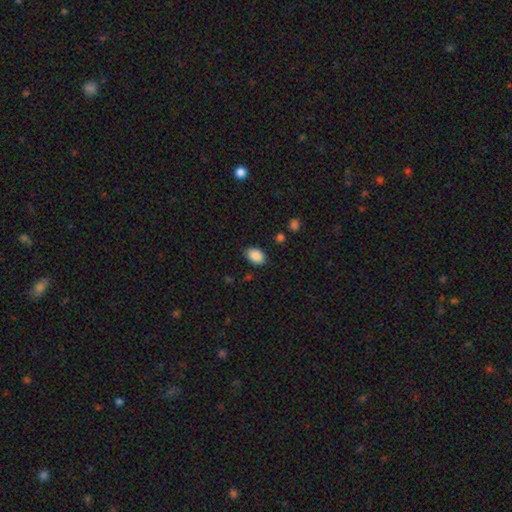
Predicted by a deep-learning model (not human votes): Smooth or featured?
  - smooth: 88% *
  - star or artifact: 8%
  - featured or disk: 4%
How rounded?
  - in between: 79% *
  - round: 20%
  - cigar-shaped: 1%
Merging?
  - none: 82% *
  - minor disturbance: 13%
  - major disturbance: 3%
  - merger: 2%